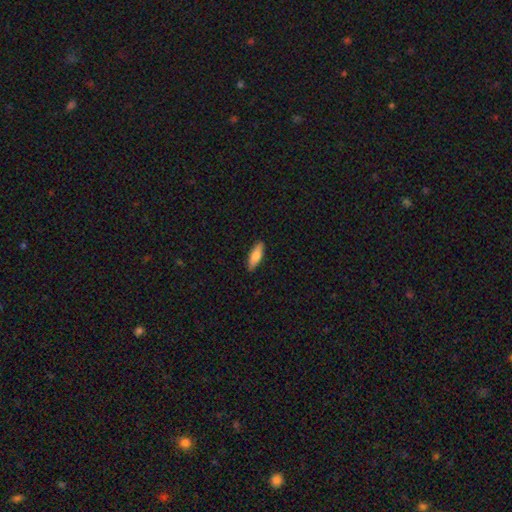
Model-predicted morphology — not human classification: type=smooth (76%); roundness=in between (56%); merging=none (89%).